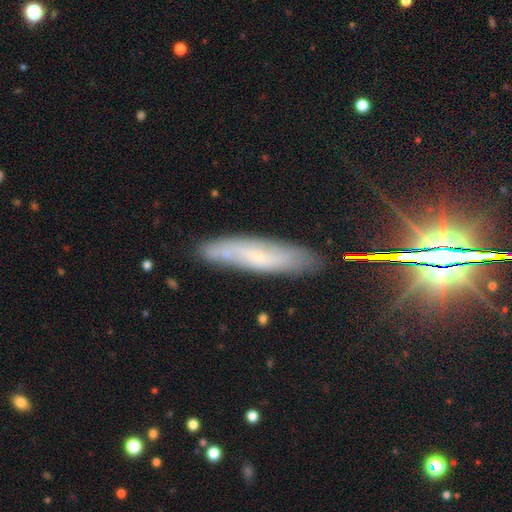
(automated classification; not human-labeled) This appears to be a featured or disk galaxy (45%). Merging: none (82%).